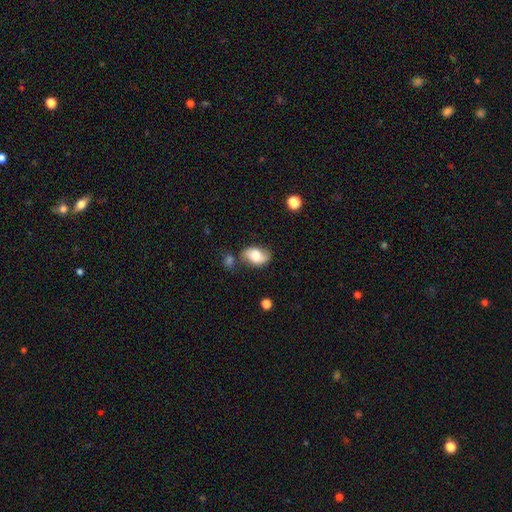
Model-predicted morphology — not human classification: The model was most divided on "smooth or featured": smooth: 58%, featured or disk: 34%, star or artifact: 8%. More confident: how rounded — in between (88%); merging — none (59%).